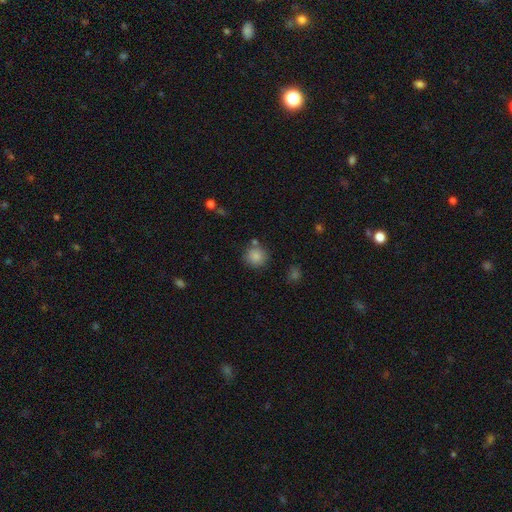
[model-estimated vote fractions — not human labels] Q: Smooth or featured?
A: smooth (85%); runner-up: star or artifact (10%)
Q: How rounded?
A: round (90%); runner-up: in between (9%)
Q: Merging?
A: none (77%); runner-up: minor disturbance (11%)